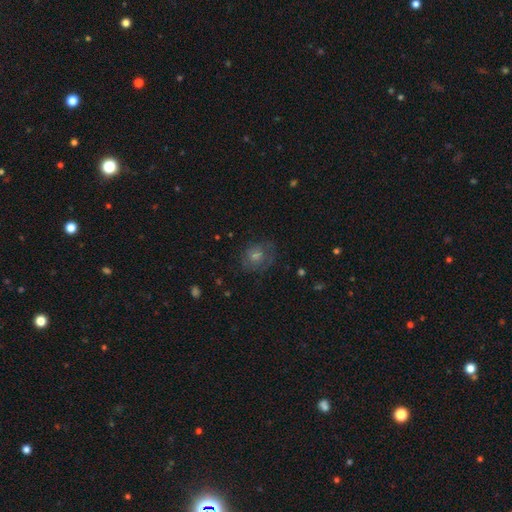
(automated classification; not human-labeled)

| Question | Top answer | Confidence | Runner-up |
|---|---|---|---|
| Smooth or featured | smooth | 49% | featured or disk (31%) |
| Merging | none | 71% | minor disturbance (18%) |